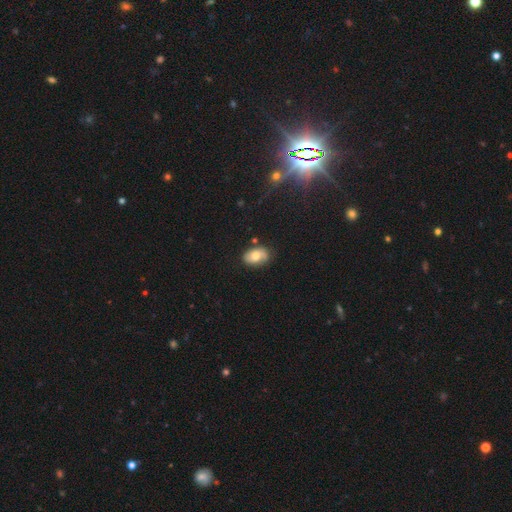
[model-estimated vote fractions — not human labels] smooth_or_featured: smooth (p=0.62) [alt: featured or disk p=0.29]
how_rounded: in between (p=0.85) [alt: round p=0.14]
merging: none (p=0.68) [alt: minor disturbance p=0.23]